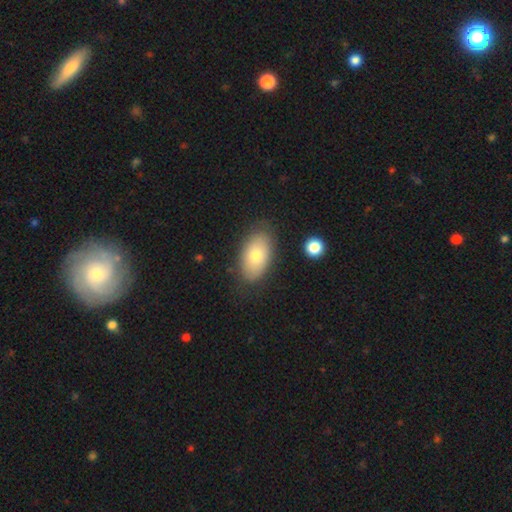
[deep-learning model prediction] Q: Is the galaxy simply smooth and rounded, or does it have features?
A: smooth — 72%.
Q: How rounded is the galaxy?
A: in between — 93%.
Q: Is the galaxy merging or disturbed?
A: none — 83%.